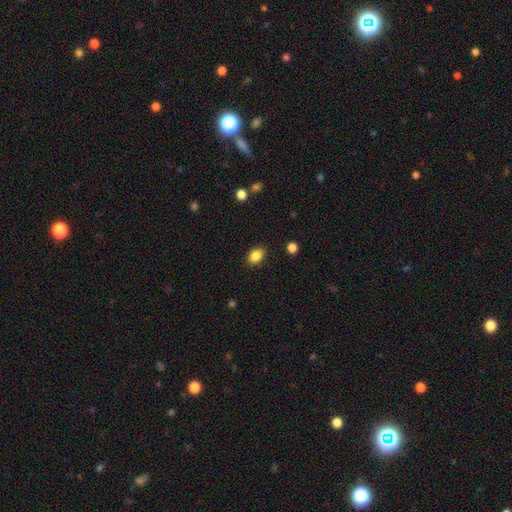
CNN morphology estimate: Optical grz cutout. It shows a smooth galaxy with no disk features (86%) that is in between round and cigar-shaped (73%). Merging: none (88%).